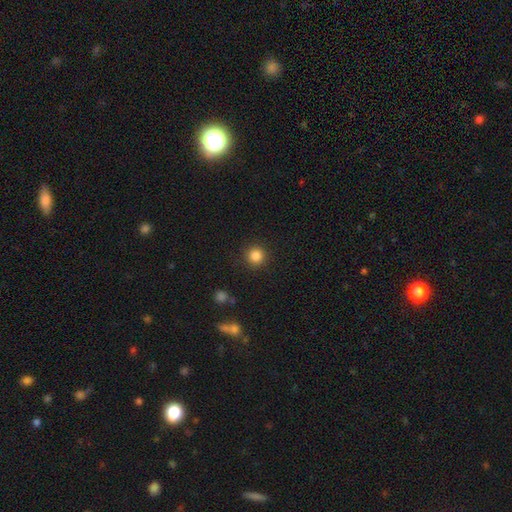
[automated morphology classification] This is clearly a smooth galaxy (85%). How rounded: clearly round (95%). Merging: clearly none (91%).